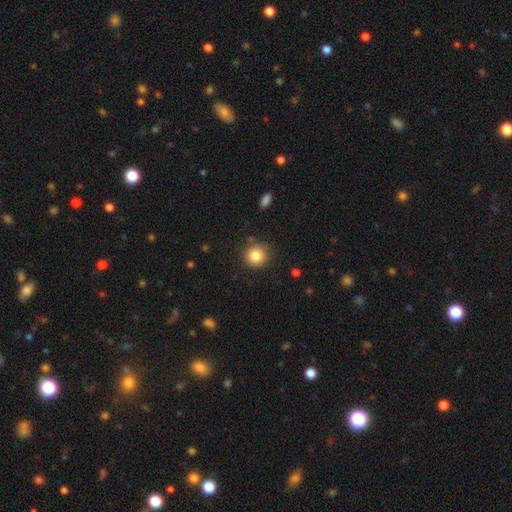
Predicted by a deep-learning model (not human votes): Smooth or featured? Predicted: smooth (p=0.84). How rounded? Predicted: round (p=0.92). Merging? Predicted: none (p=0.85).